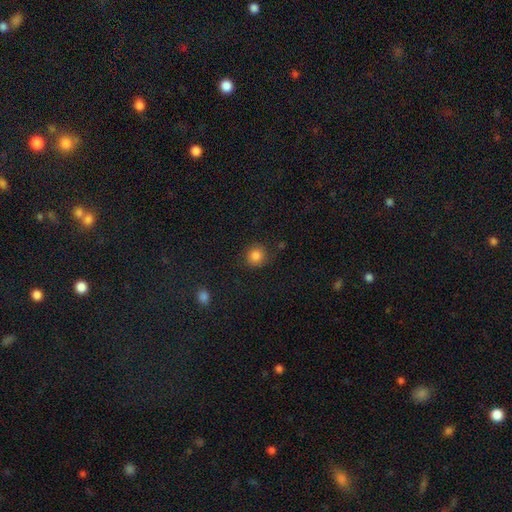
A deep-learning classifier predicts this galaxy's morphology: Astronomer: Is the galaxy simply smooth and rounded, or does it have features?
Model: smooth — 84%.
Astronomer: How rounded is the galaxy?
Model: round — 86%.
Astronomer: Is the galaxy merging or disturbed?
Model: none — 84%.